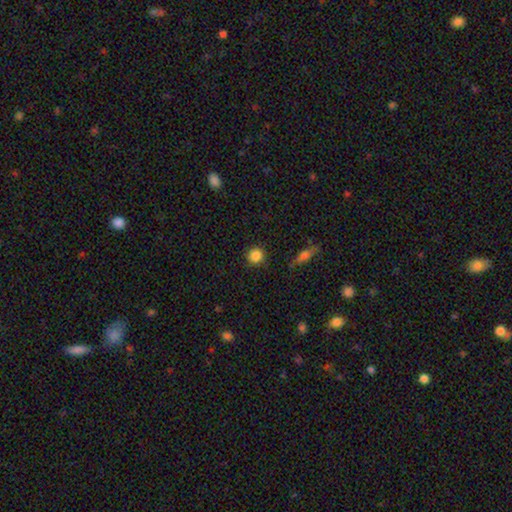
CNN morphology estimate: Smooth or featured? Predicted: smooth (p=0.86). How rounded? Predicted: round (p=0.93). Merging? Predicted: none (p=0.89).